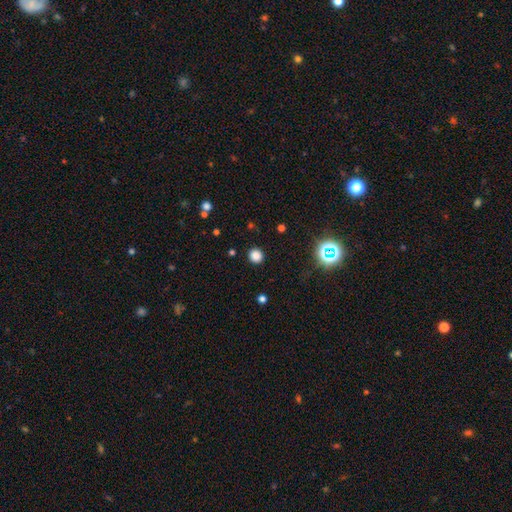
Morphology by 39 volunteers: Smooth or featured: smooth — 90% (star or artifact — 8%)
How rounded: round — 97% (in between — 3%)
Merging: none — 97% (merger — 3%)